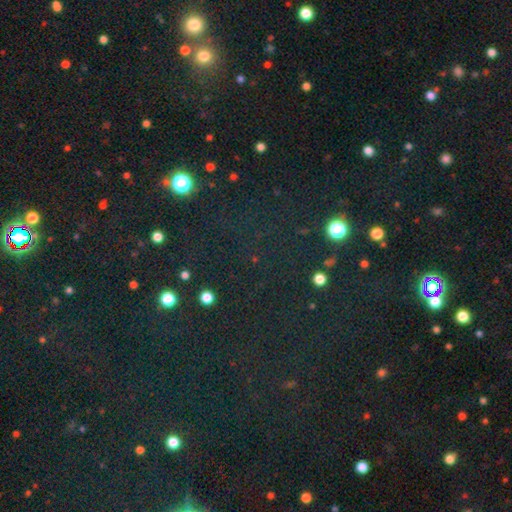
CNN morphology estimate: smooth-or-featured: star or artifact: 75% | smooth: 17% | featured or disk: 8%